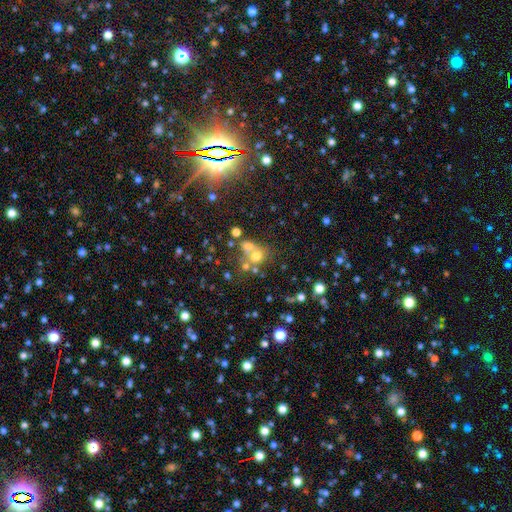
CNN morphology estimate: Smooth or featured? Predicted: smooth (p=0.60). How rounded? Predicted: round (p=0.76). Merging? Predicted: merger (p=0.42).